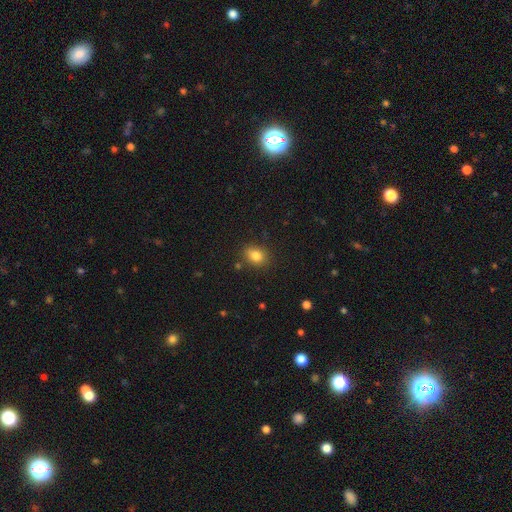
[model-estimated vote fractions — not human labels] smooth-or-featured: smooth: 83% | star or artifact: 11% | featured or disk: 7%
  how-rounded: in between: 57% | round: 41% | cigar-shaped: 1%
  merging: none: 82% | minor disturbance: 12% | major disturbance: 3% | merger: 3%